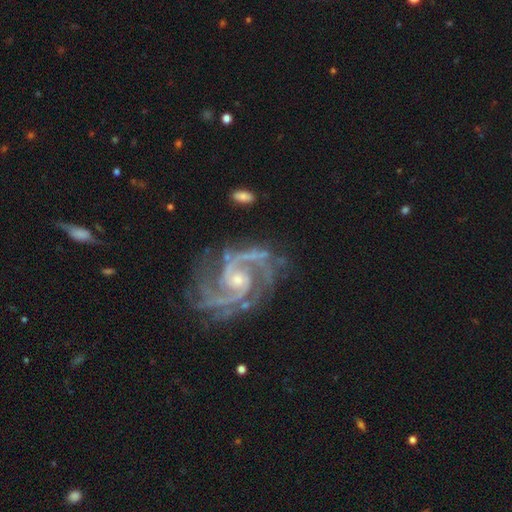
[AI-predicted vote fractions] The model was most divided on "spiral winding": medium: 55%, tight: 36%, loose: 8%. More confident: spiral arms — yes (99%); edge-on disk — no (98%); smooth or featured — featured or disk (93%); spiral arm count — 2 (71%); merging — none (68%); bulge size — small (62%); bar — no (61%).